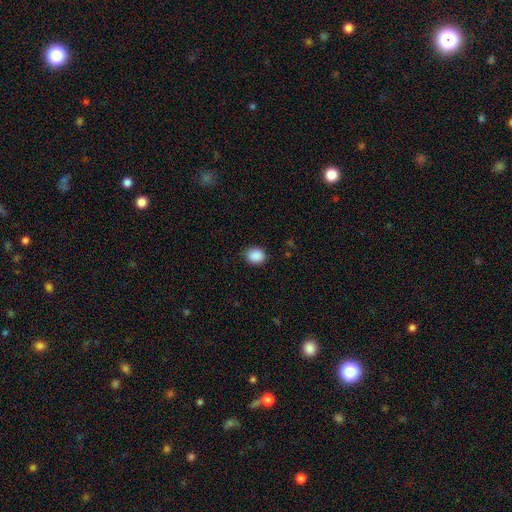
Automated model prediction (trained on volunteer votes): Smooth or featured? Predicted: smooth (p=0.89). How rounded? Predicted: round (p=0.67). Merging? Predicted: none (p=0.86).